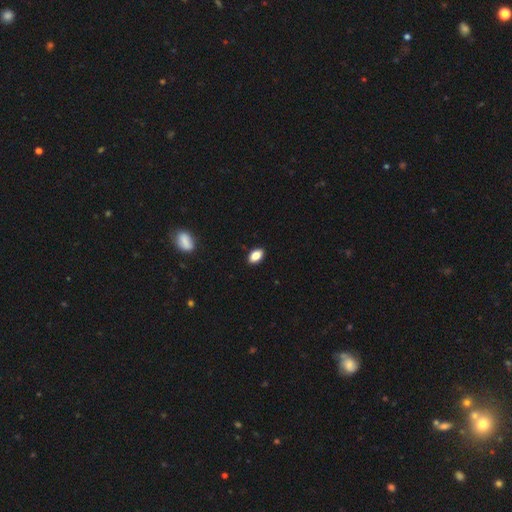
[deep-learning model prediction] A smooth galaxy with no disk features (86%) that is in between round and cigar-shaped (90%).

Vote fractions:
- Smooth or featured? smooth: 86% / star or artifact: 8% / featured or disk: 6%
- How rounded? in between: 90% / round: 7% / cigar-shaped: 2%
- Merging? none: 90% / minor disturbance: 8% / major disturbance: 2% / merger: 1%